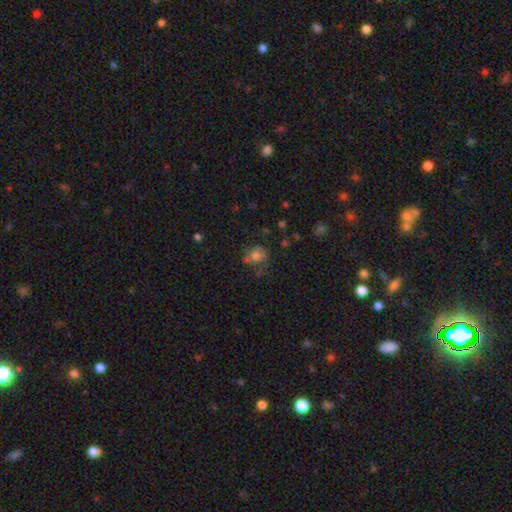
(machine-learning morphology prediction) Smooth or featured?
  - smooth: 67% *
  - featured or disk: 20%
  - star or artifact: 13%
How rounded?
  - round: 65% *
  - in between: 34%
  - cigar-shaped: 1%
Merging?
  - none: 50% *
  - minor disturbance: 25%
  - major disturbance: 16%
  - merger: 9%